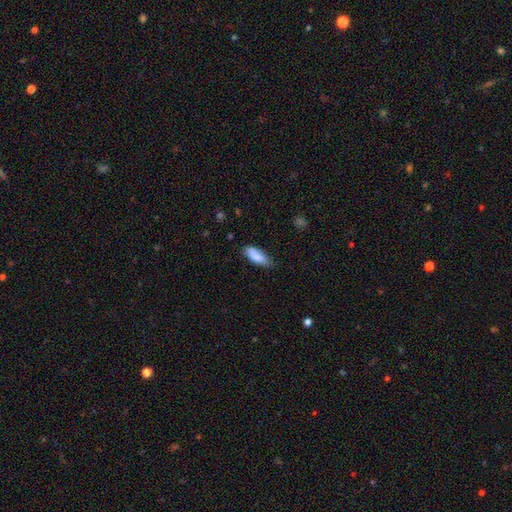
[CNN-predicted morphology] Smooth or featured: smooth — 86% (featured or disk — 8%)
How rounded: in between — 74% (cigar-shaped — 24%)
Merging: none — 71% (minor disturbance — 24%)